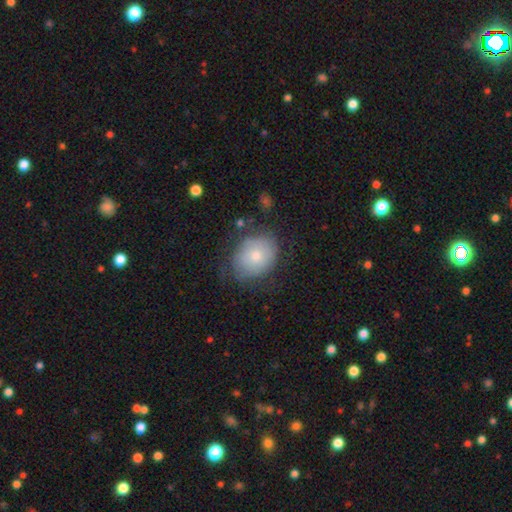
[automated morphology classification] smooth-or-featured: smooth: 67% | featured or disk: 25% | star or artifact: 7%
  how-rounded: round: 50% | in between: 49% | cigar-shaped: 1%
  merging: none: 62% | minor disturbance: 26% | major disturbance: 10% | merger: 2%